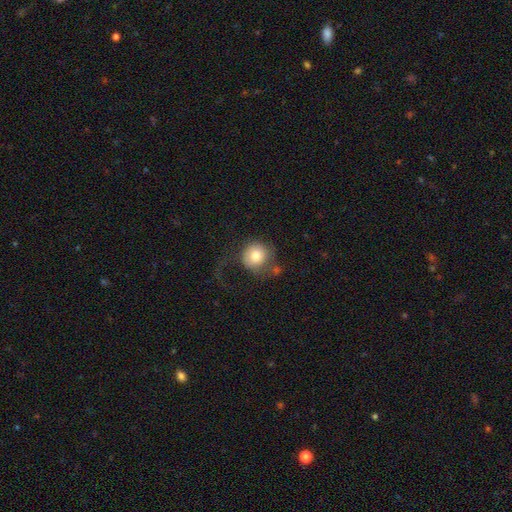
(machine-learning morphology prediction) smooth 75%, featured or disk 17%, star or artifact 8%. Down the decision tree: how rounded — round (90%); merging — none (42%).